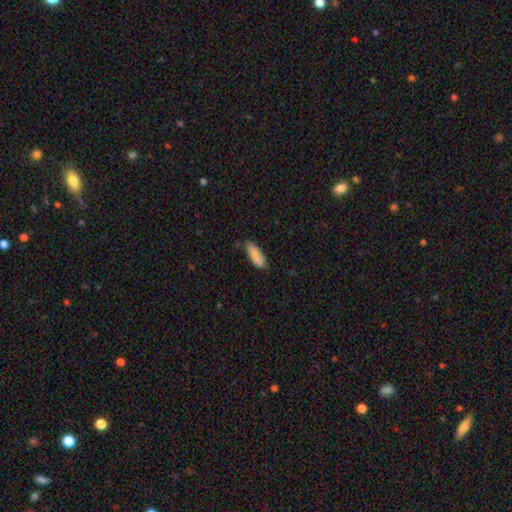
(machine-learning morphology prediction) smooth-or-featured: smooth: 88% | star or artifact: 6% | featured or disk: 6%
  how-rounded: in between: 65% | cigar-shaped: 33% | round: 2%
  merging: none: 67% | minor disturbance: 27% | major disturbance: 4% | merger: 2%